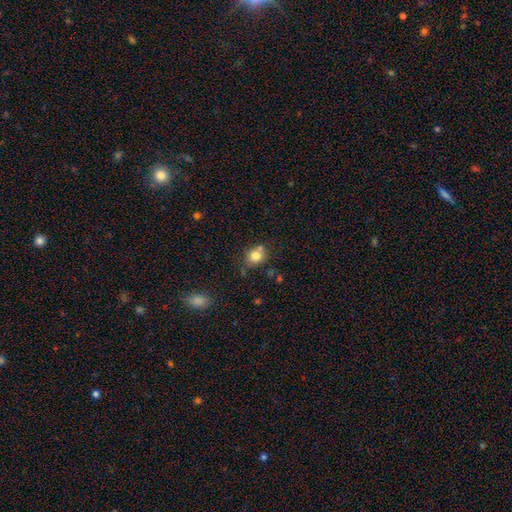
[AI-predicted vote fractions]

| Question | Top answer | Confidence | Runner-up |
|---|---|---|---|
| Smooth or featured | smooth | 78% | star or artifact (11%) |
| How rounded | round | 61% | in between (38%) |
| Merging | none | 63% | minor disturbance (18%) |